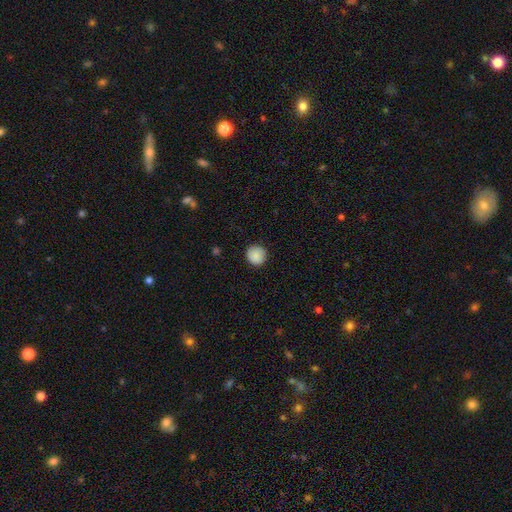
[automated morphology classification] Smooth or featured? Predicted: smooth (p=0.88). How rounded? Predicted: round (p=0.94). Merging? Predicted: none (p=0.89).